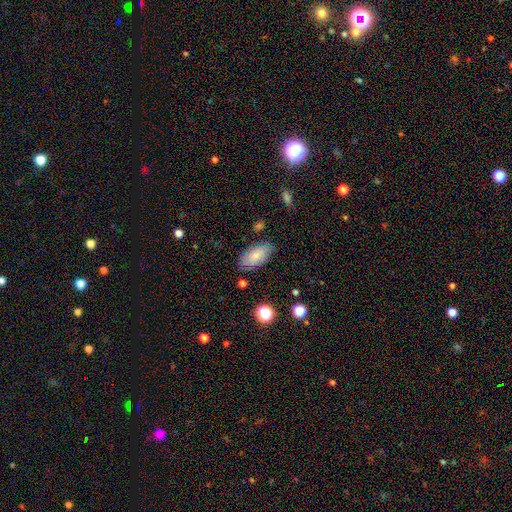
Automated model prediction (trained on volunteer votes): smooth 71%, featured or disk 21%, star or artifact 8%. Down the decision tree: how rounded — in between (93%); merging — none (78%).